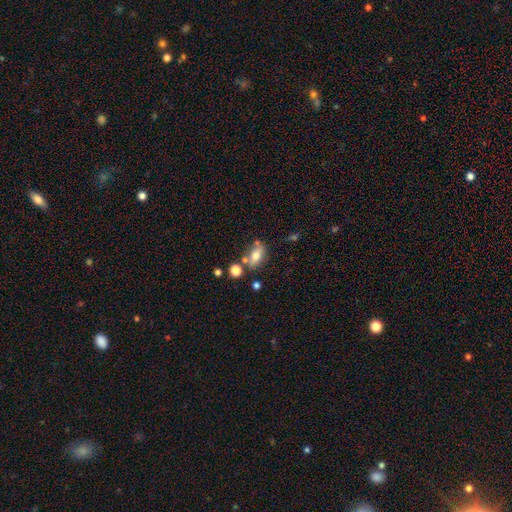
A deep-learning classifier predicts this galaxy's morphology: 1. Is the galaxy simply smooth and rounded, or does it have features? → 65% smooth, 25% featured or disk, 11% star or artifact.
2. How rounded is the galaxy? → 77% in between, 12% cigar-shaped, 11% round.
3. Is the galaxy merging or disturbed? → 61% none, 17% minor disturbance, 16% merger, 7% major disturbance.